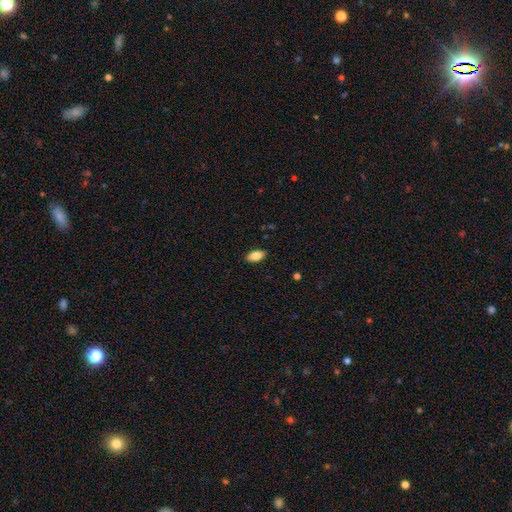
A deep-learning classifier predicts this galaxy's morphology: Overall: smooth (84%). How rounded: in between (92%). Merging: none (89%).